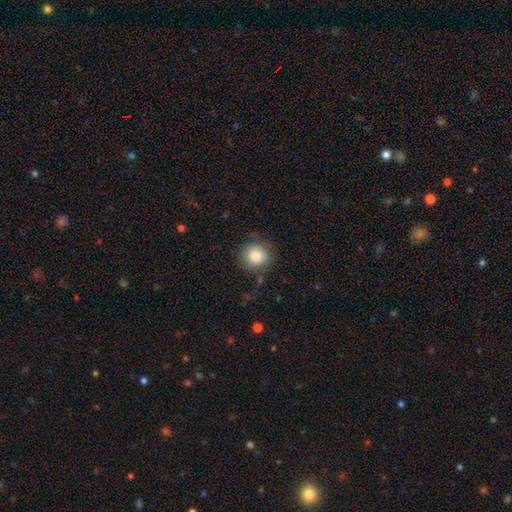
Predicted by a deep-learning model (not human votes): A smooth galaxy with no disk features (82%) that is round (91%).

Vote fractions:
- Smooth or featured? smooth: 82% / featured or disk: 9% / star or artifact: 9%
- How rounded? round: 91% / in between: 8% / cigar-shaped: 1%
- Merging? none: 79% / minor disturbance: 14% / major disturbance: 5% / merger: 2%